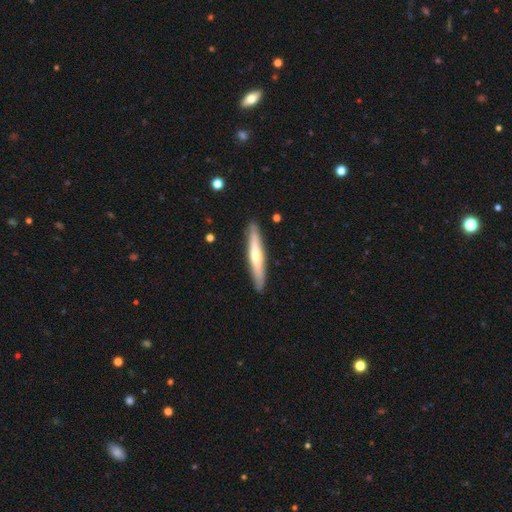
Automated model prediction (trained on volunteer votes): This is possibly a featured or disk galaxy (51%). It is clearly viewed edge-on (90%). Merging: clearly none (89%).